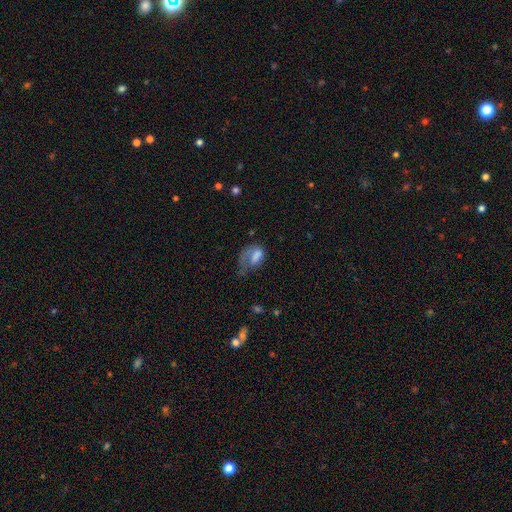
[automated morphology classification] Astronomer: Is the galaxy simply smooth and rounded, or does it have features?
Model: smooth — 64%.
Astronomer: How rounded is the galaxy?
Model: in between — 83%.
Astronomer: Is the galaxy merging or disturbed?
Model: major disturbance — 51%.